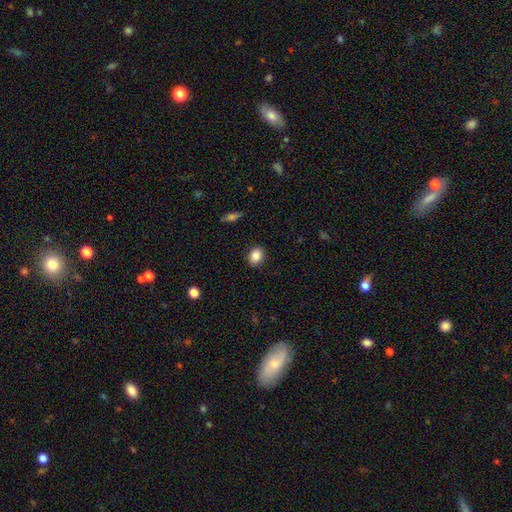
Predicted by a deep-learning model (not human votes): This is clearly a smooth galaxy (85%). How rounded: likely in between (62%). Merging: clearly none (90%).